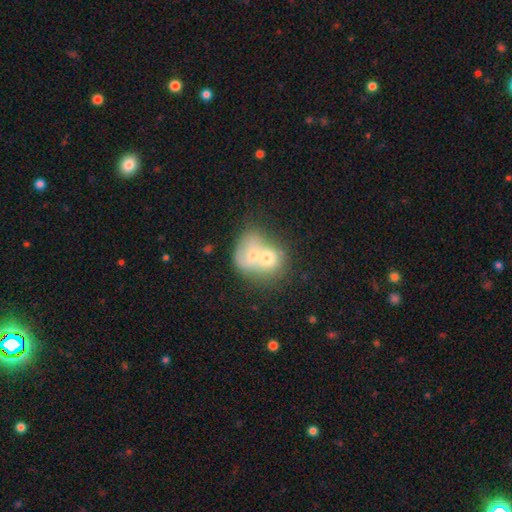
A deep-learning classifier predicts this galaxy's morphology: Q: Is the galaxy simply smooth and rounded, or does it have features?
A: smooth — 57%.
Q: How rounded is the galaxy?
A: round — 60%.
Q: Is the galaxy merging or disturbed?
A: merger — 76%.